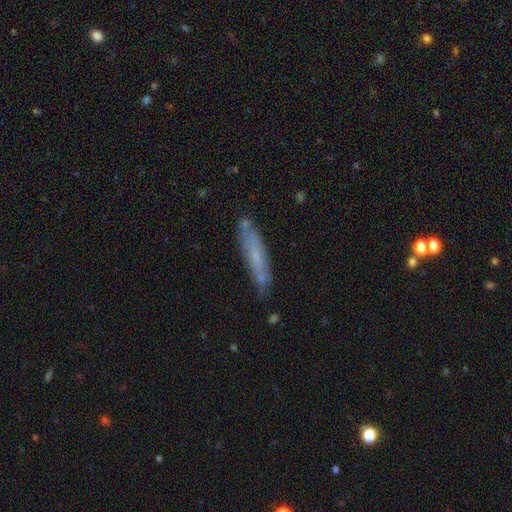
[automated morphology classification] This is possibly a smooth galaxy (51%). How rounded: clearly cigar-shaped (88%). Merging: likely none (79%).